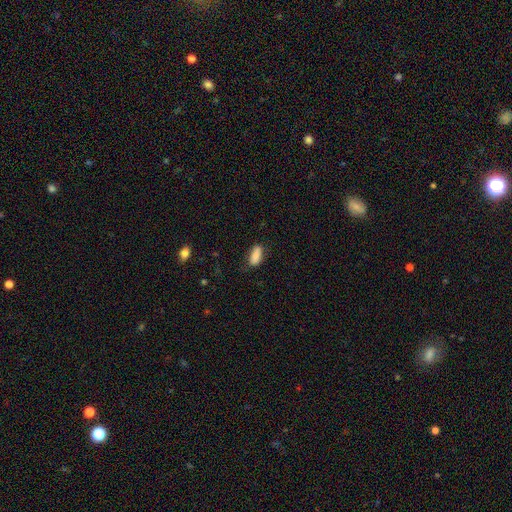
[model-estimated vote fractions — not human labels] smooth 86%, star or artifact 7%, featured or disk 7%. Down the decision tree: how rounded — in between (81%); merging — none (69%).